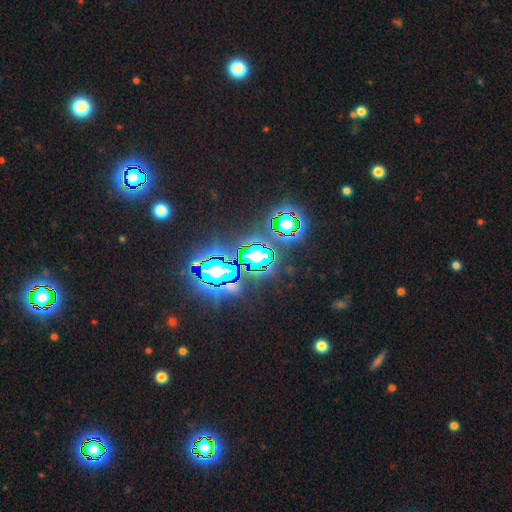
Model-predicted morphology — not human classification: This appears to be a star or artifact, not a galaxy (81%).